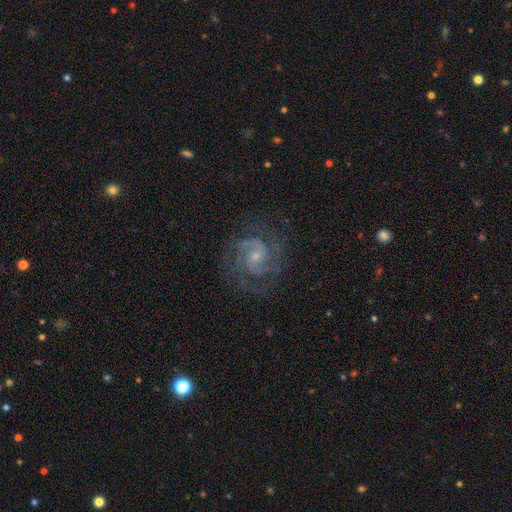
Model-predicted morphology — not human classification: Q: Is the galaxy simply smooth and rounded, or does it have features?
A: featured or disk — 88%.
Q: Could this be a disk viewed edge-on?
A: no — 98%.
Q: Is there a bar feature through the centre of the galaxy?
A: no — 58%.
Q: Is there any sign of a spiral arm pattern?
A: yes — 98%.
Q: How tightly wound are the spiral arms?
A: tight — 46%, tied with medium.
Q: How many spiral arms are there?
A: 2 — 63%.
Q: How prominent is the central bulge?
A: small — 68%.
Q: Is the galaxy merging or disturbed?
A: none — 76%.